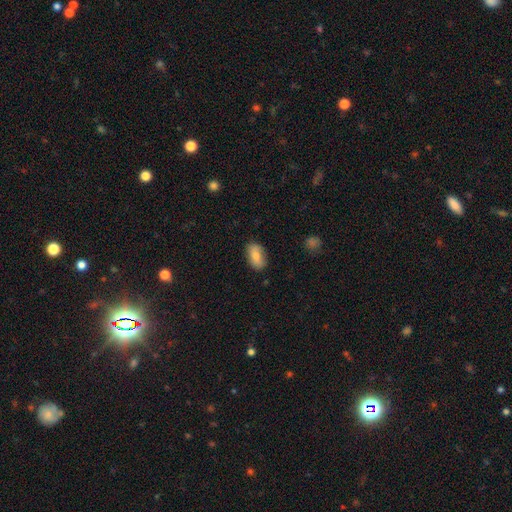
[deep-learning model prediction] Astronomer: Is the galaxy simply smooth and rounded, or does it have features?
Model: smooth — 78%.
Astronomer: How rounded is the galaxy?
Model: in between — 91%.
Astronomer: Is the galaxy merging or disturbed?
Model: none — 81%.